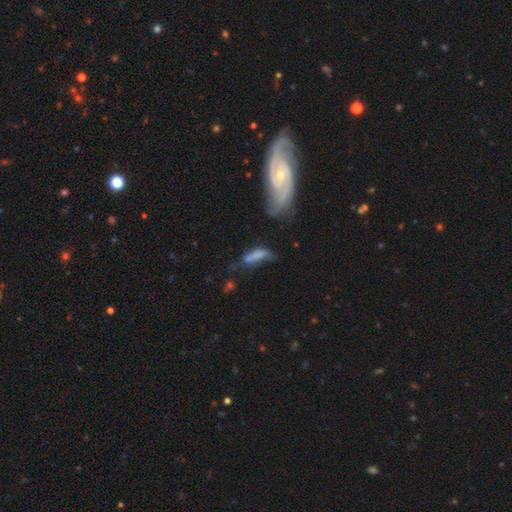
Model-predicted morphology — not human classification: This is likely a smooth galaxy (60%). How rounded: possibly in between (50%). Merging: marginally major disturbance (30%).